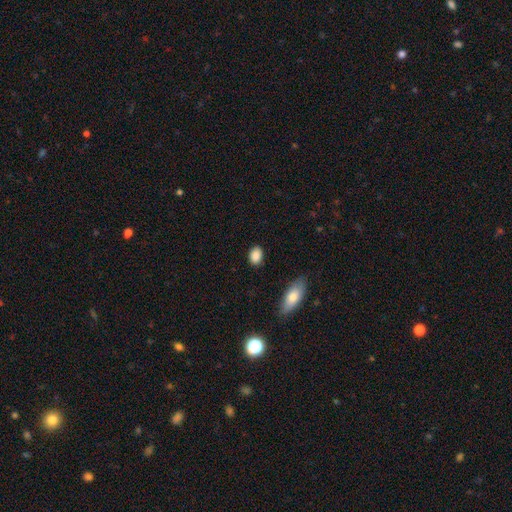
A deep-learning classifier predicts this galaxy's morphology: This is clearly a smooth galaxy (89%). How rounded: likely in between (74%). Merging: clearly none (86%).